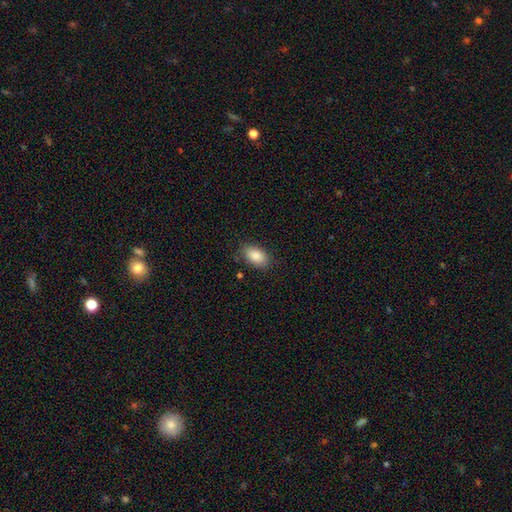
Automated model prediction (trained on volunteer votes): Smooth or featured? smooth (88%)
How rounded? in between (93%)
Merging? none (83%)